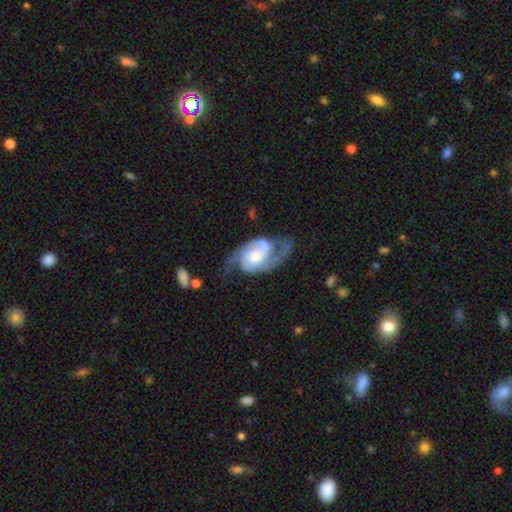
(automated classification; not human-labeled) Morphology: type=featured or disk (89%); edge-on=no (98%); bar=no (52%); spiral arms=yes (97%); winding=medium (52%); arm count=2 (89%); bulge=moderate (43%); merging=none (58%).